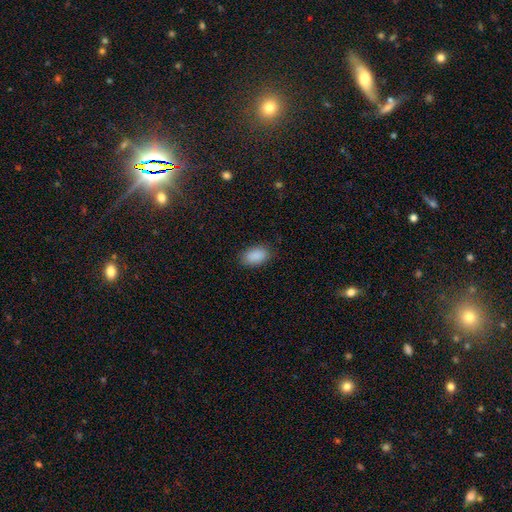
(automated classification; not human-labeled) Morphology: type=smooth (90%); roundness=in between (94%); merging=none (86%).